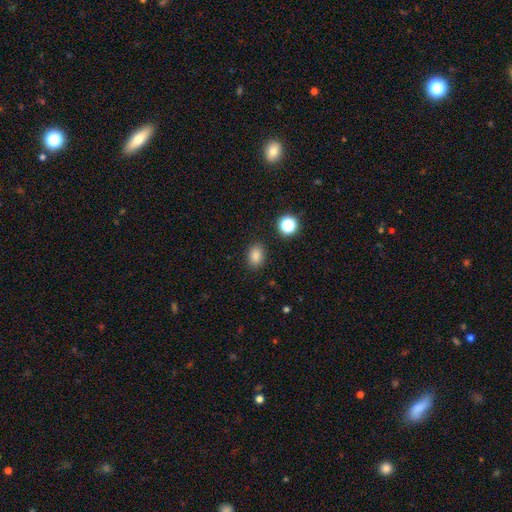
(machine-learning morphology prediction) A smooth galaxy with no disk features (84%) that is in between round and cigar-shaped (65%). Merging: none (86%).